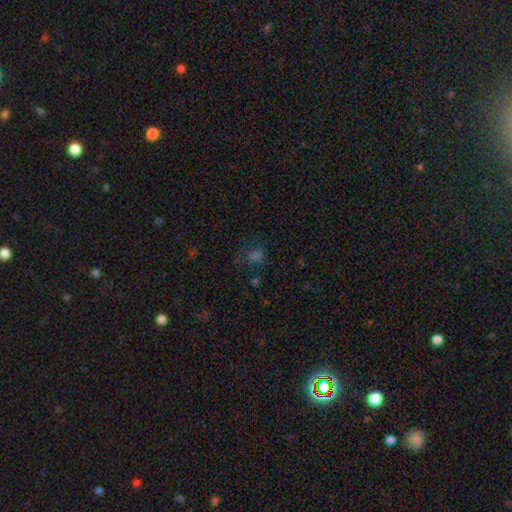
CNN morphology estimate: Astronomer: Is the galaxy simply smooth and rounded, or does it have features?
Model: smooth — 49% (runner-up: star or artifact, 39%).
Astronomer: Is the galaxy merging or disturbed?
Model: none — 59%.